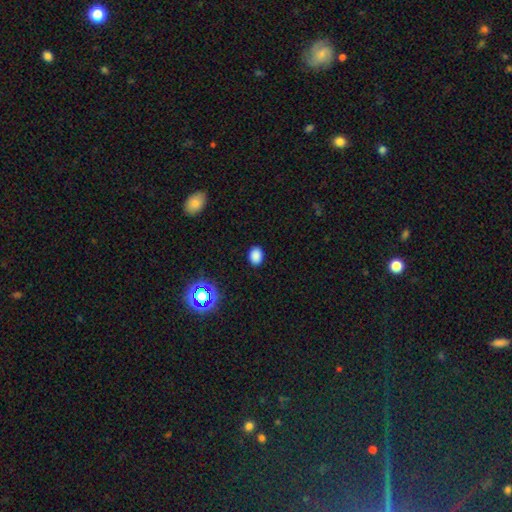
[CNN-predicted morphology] Overall: smooth (84%). How rounded: in between (72%). Merging: none (89%).